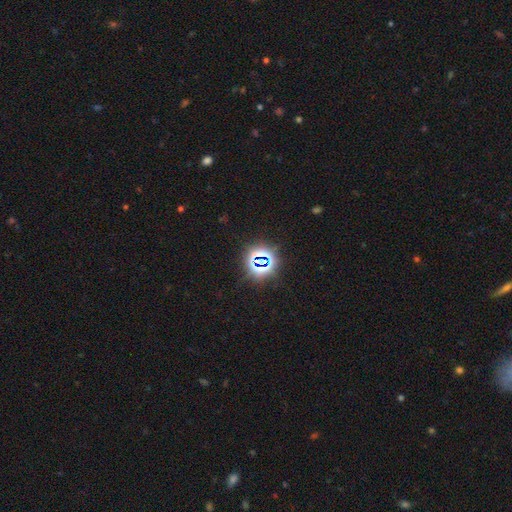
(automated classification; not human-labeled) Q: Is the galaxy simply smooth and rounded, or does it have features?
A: star or artifact — 77%.